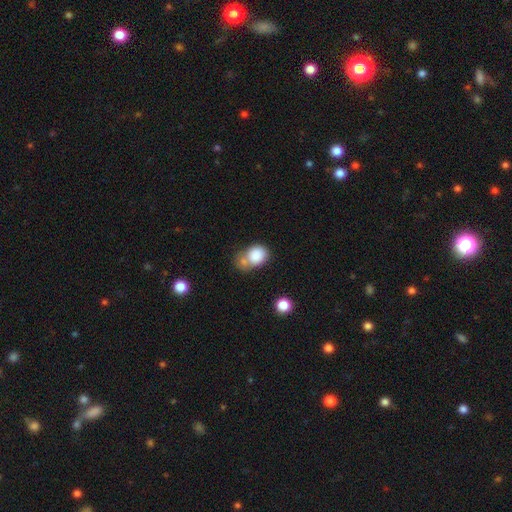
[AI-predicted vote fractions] Smooth or featured?
  - smooth: 83% *
  - star or artifact: 9%
  - featured or disk: 8%
How rounded?
  - in between: 53% *
  - round: 46%
  - cigar-shaped: 1%
Merging?
  - merger: 38% *
  - none: 36%
  - minor disturbance: 17%
  - major disturbance: 9%